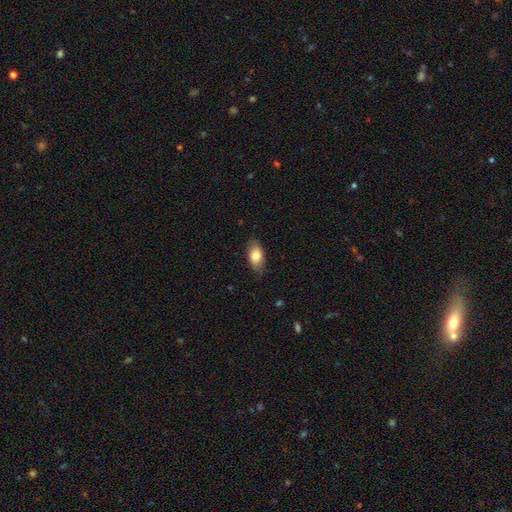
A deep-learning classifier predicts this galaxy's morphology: smooth-or-featured: smooth: 80% | featured or disk: 13% | star or artifact: 7%
  how-rounded: in between: 90% | round: 5% | cigar-shaped: 4%
  merging: none: 81% | minor disturbance: 15% | major disturbance: 3% | merger: 1%